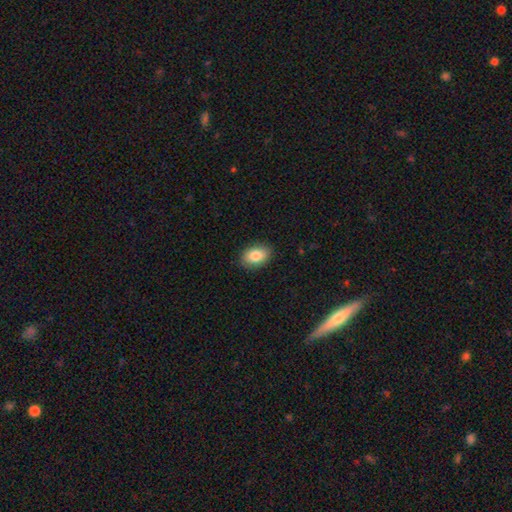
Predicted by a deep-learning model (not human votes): Smooth or featured?
  - smooth: 85% *
  - featured or disk: 8%
  - star or artifact: 7%
How rounded?
  - in between: 87% *
  - round: 12%
  - cigar-shaped: 1%
Merging?
  - none: 87% *
  - minor disturbance: 10%
  - major disturbance: 2%
  - merger: 1%